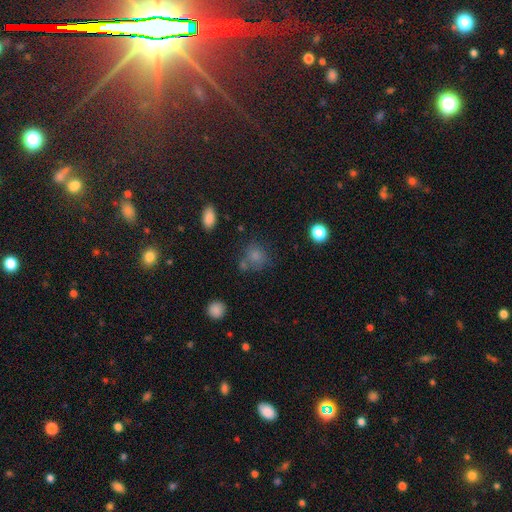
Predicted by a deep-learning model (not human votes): This is likely a smooth galaxy (78%). How rounded: likely round (77%). Merging: possibly none (58%).